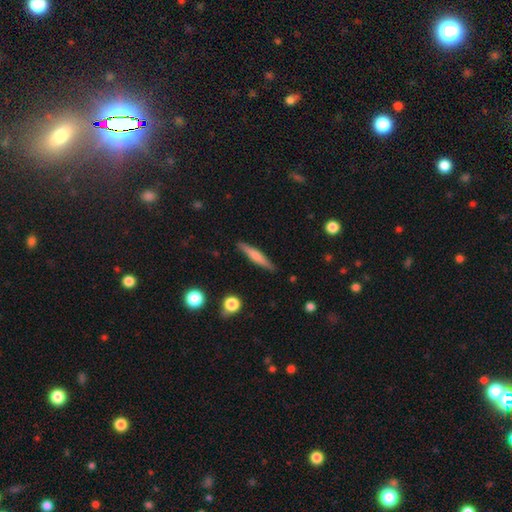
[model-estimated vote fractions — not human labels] A smooth galaxy with no disk features (57%) that is cigar-shaped (91%).

Vote fractions:
- Smooth or featured? smooth: 57% / featured or disk: 37% / star or artifact: 6%
- How rounded? cigar-shaped: 91% / in between: 7% / round: 2%
- Merging? none: 87% / minor disturbance: 9% / major disturbance: 2% / merger: 2%